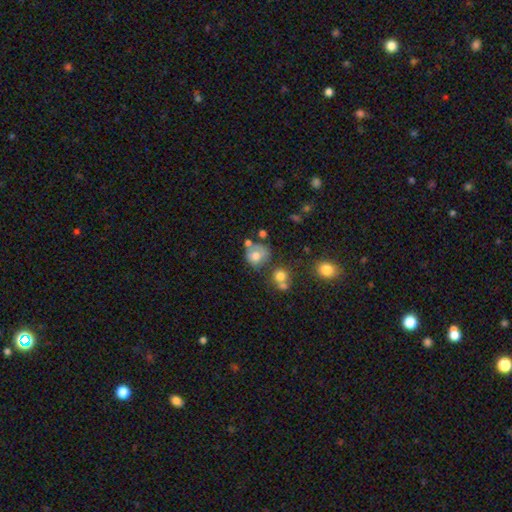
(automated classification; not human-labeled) This appears to be a smooth galaxy with no disk features (67%) that is round (76%). Merging: none (44%).